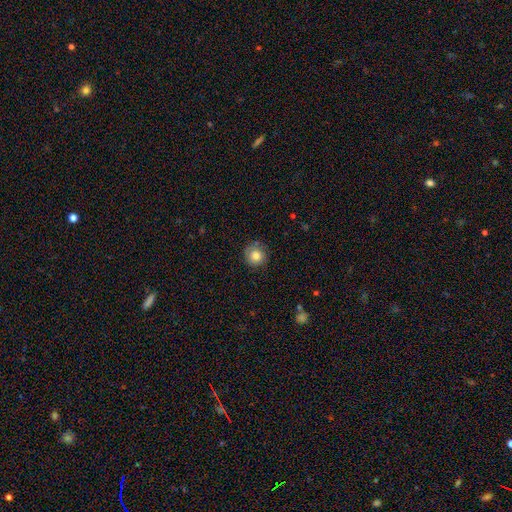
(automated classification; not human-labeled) Smooth or featured? Predicted: smooth (p=0.80). How rounded? Predicted: round (p=0.92). Merging? Predicted: none (p=0.79).